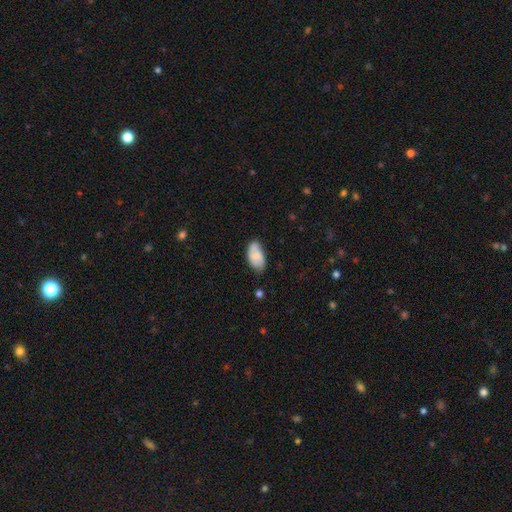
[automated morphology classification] This appears to be a smooth galaxy with no disk features (71%) that is in between round and cigar-shaped (94%). Merging: none (67%).